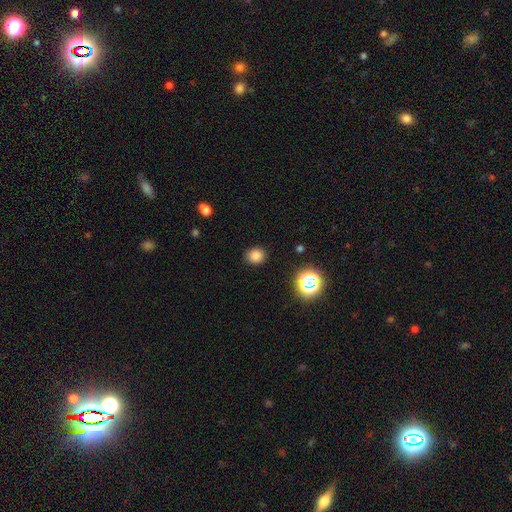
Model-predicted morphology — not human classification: Smooth or featured?
  - smooth: 81% *
  - star or artifact: 15%
  - featured or disk: 4%
How rounded?
  - round: 76% *
  - in between: 23%
  - cigar-shaped: 1%
Merging?
  - none: 88% *
  - minor disturbance: 8%
  - major disturbance: 3%
  - merger: 1%